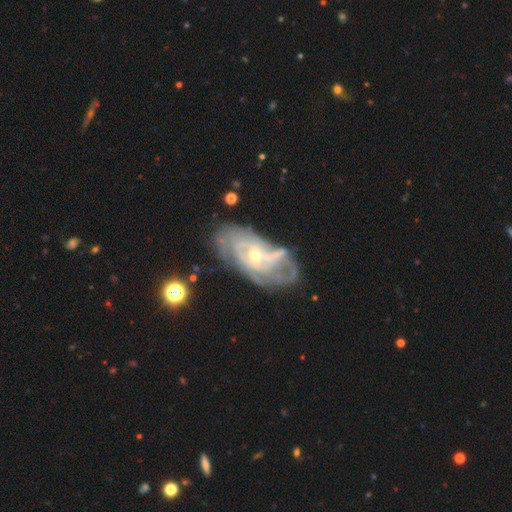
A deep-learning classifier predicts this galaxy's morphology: Smooth or featured? featured or disk (84%)
Edge-on disk? no (95%)
Bar? no (59%)
Spiral arms? yes (86%)
Spiral winding? tight (55%)
Spiral arm count? can't tell (45%)
Bulge size? small (67%)
Merging? none (50%)